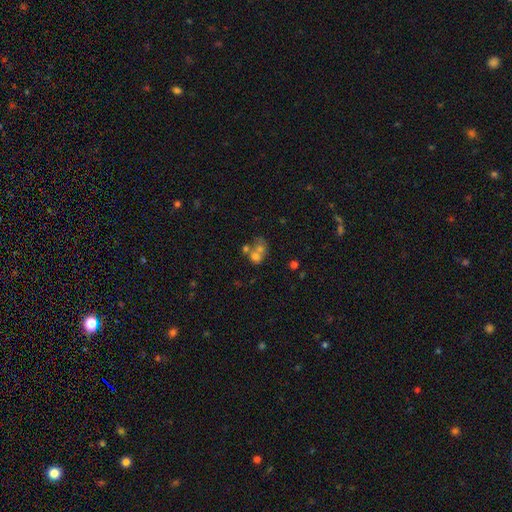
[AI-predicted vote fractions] Smooth or featured? smooth (55%)
How rounded? round (56%)
Merging? merger (62%)